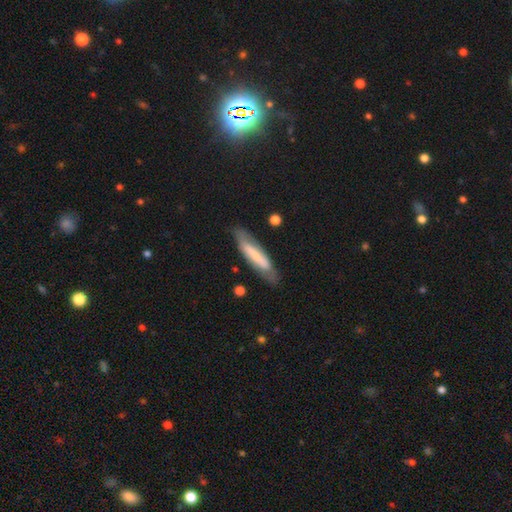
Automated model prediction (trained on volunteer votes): smooth_or_featured: smooth (p=0.53) [alt: featured or disk p=0.41]
how_rounded: cigar-shaped (p=0.76) [alt: in between p=0.23]
merging: none (p=0.77) [alt: minor disturbance p=0.16]